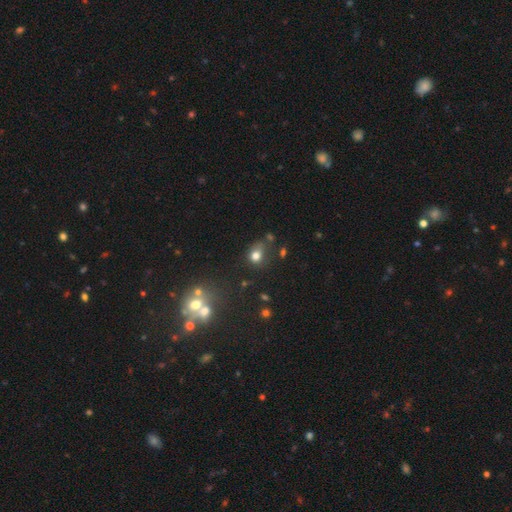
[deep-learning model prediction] Smooth or featured: smooth — 76% (star or artifact — 16%)
How rounded: round — 61% (in between — 38%)
Merging: none — 54% (minor disturbance — 24%)